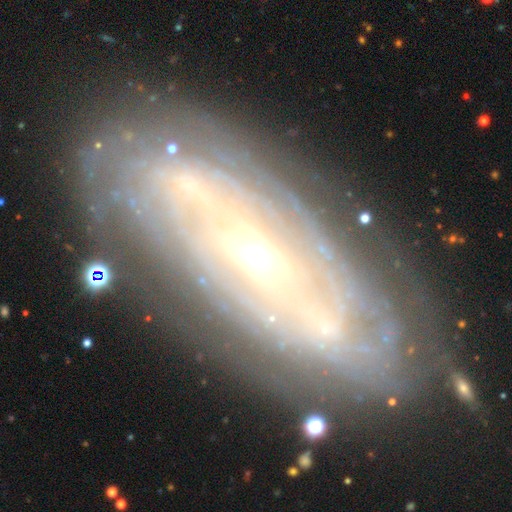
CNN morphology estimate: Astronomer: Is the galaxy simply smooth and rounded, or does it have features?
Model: featured or disk — 81%.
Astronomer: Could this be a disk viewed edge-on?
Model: no — 85%.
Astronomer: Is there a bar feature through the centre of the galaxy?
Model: no — 62%.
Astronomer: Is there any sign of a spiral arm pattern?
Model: yes — 90%.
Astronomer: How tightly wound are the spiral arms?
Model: tight — 79%.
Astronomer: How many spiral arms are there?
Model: can't tell — 53%.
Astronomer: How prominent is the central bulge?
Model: small — 68%.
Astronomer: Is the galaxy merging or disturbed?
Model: none — 83%.